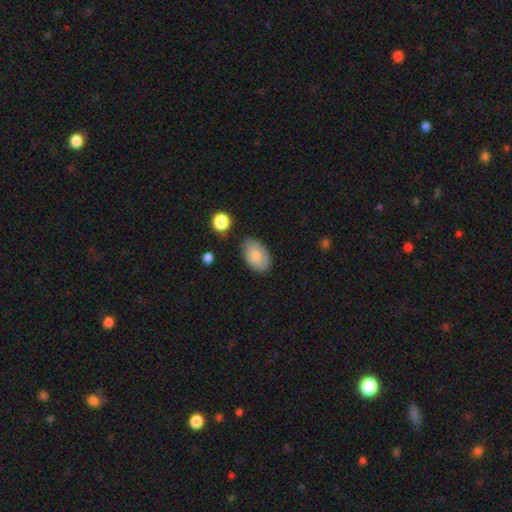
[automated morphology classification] smooth_or_featured: smooth (p=0.78) [alt: featured or disk p=0.15]
how_rounded: in between (p=0.90) [alt: round p=0.09]
merging: none (p=0.77) [alt: minor disturbance p=0.17]